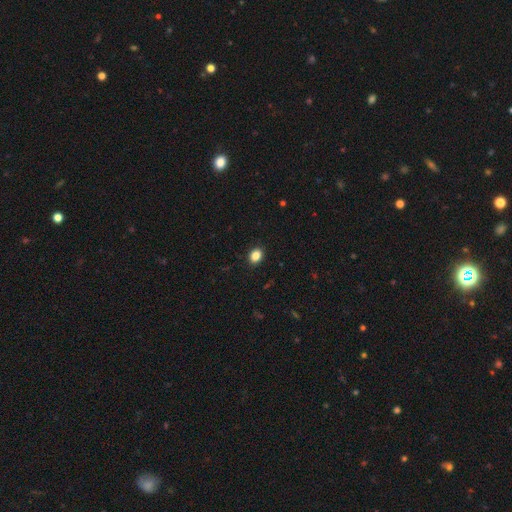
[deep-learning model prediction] Smooth or featured? Predicted: smooth (p=0.86). How rounded? Predicted: in between (p=0.62). Merging? Predicted: none (p=0.91).